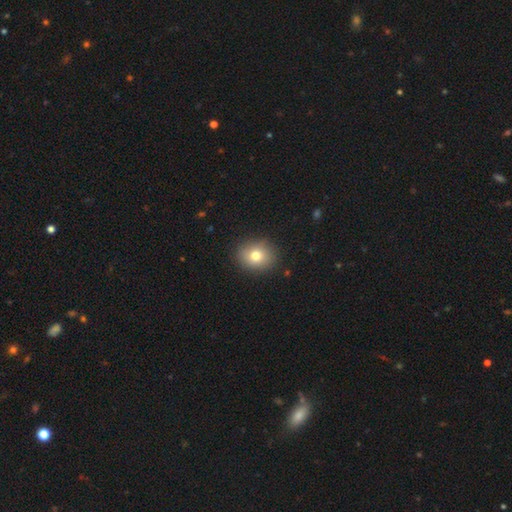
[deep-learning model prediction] Overall: smooth (78%). How rounded: round (63%; in between 37%). Merging: none (88%).